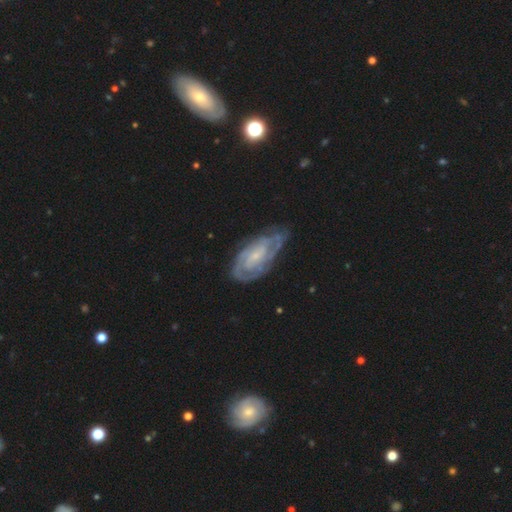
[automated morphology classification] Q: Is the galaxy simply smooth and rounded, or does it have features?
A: featured or disk — 82%.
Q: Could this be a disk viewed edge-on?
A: no — 95%.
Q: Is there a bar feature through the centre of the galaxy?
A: no — 55%.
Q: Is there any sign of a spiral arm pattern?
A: yes — 94%.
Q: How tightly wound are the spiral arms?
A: tight — 65%.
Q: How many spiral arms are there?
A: can't tell — 35%.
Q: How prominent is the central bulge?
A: small — 70%.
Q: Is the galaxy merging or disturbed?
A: none — 67%.